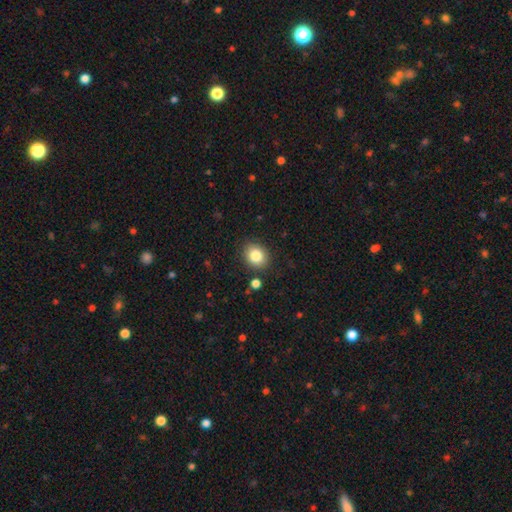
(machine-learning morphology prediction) Smooth or featured? Predicted: smooth (p=0.83). How rounded? Predicted: round (p=0.63). Merging? Predicted: none (p=0.86).